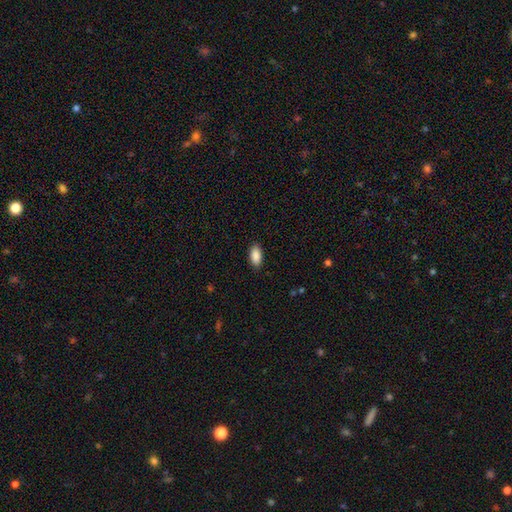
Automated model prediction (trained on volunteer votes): Morphology: type=smooth (90%); roundness=in between (93%); merging=none (88%).